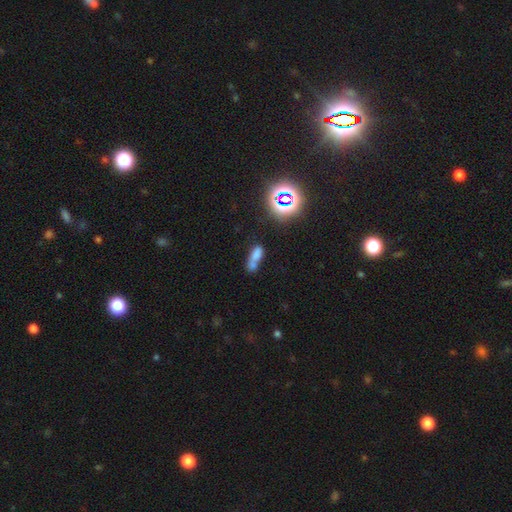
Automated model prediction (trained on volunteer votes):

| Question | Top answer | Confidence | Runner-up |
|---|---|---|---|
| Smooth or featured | smooth | 62% | star or artifact (21%) |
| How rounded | in between | 67% | cigar-shaped (24%) |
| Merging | merger | 55% | none (24%) |